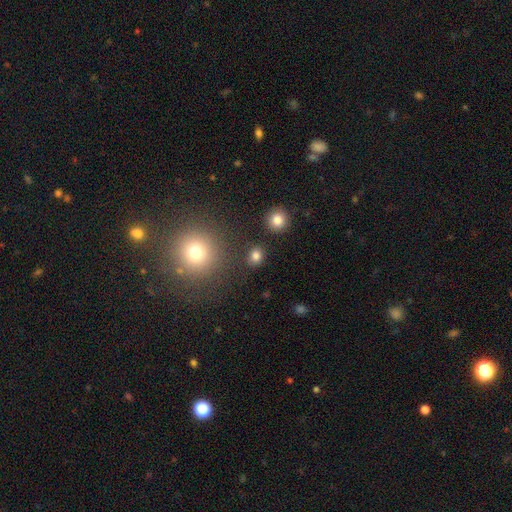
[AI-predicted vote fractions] Smooth or featured? Predicted: smooth (p=0.81). How rounded? Predicted: round (p=0.71). Merging? Predicted: none (p=0.86).